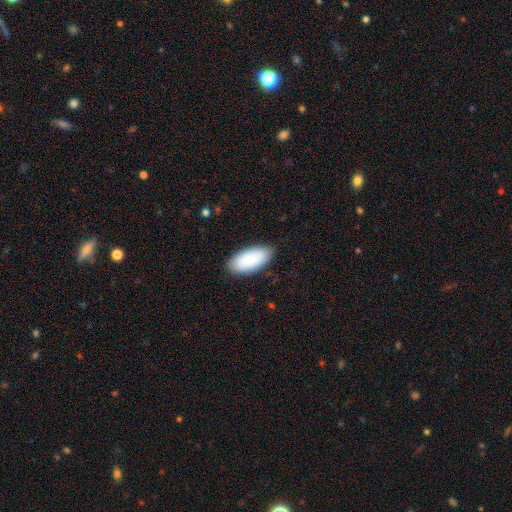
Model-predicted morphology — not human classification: Smooth or featured?
  - smooth: 88% *
  - featured or disk: 7%
  - star or artifact: 5%
How rounded?
  - in between: 94% *
  - cigar-shaped: 4%
  - round: 2%
Merging?
  - none: 85% *
  - minor disturbance: 12%
  - major disturbance: 2%
  - merger: 1%